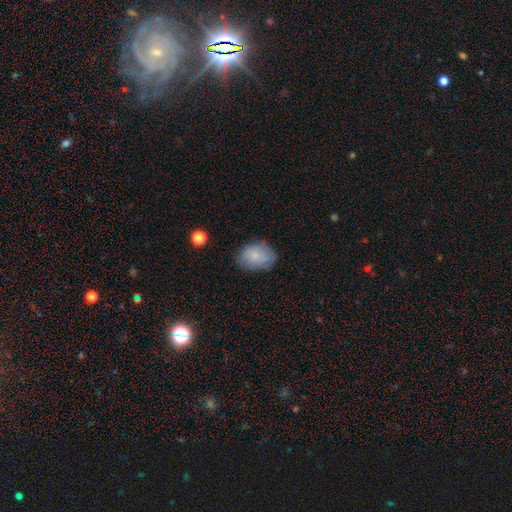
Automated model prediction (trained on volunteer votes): Morphology: type=smooth (75%); roundness=in between (71%); merging=none (72%).